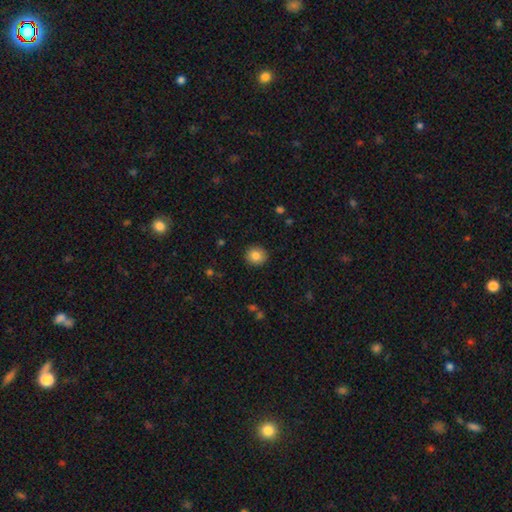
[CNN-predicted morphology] A smooth galaxy with no disk features (84%) that is round (86%). Merging: none (91%).